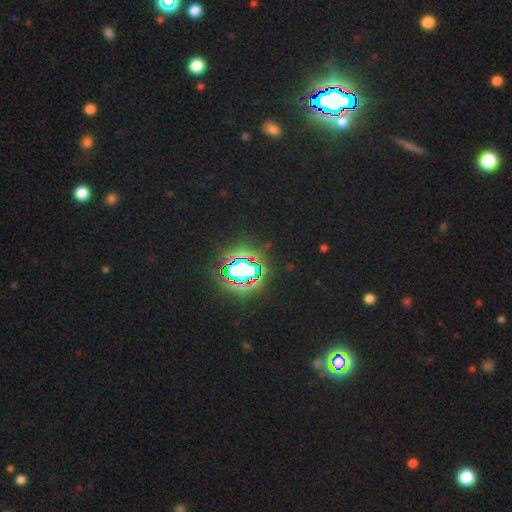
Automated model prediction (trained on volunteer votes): Smooth or featured: star or artifact — 83% (smooth — 11%)